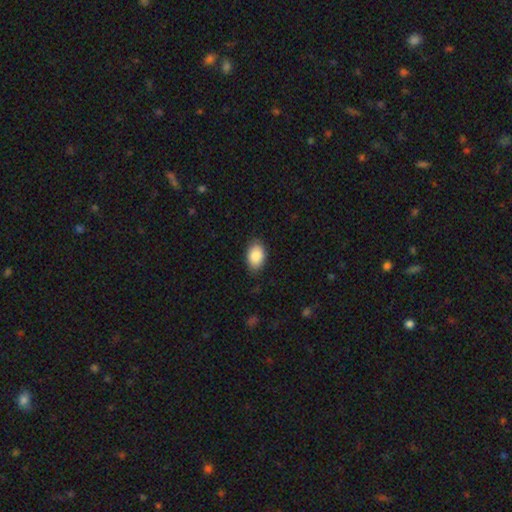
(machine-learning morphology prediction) Smooth or featured?
  - smooth: 87% *
  - star or artifact: 7%
  - featured or disk: 6%
How rounded?
  - in between: 88% *
  - round: 11%
  - cigar-shaped: 1%
Merging?
  - none: 84% *
  - minor disturbance: 13%
  - major disturbance: 2%
  - merger: 1%